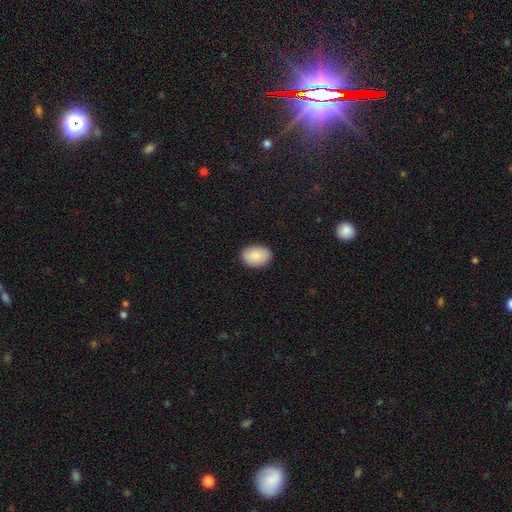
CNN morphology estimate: The model was most divided on "how rounded": in between: 81%, round: 18%, cigar-shaped: 1%. More confident: merging — none (88%); smooth or featured — smooth (87%).